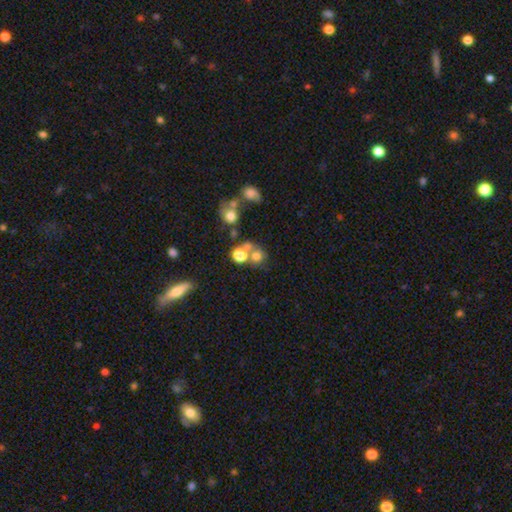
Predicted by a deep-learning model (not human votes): smooth 69%, star or artifact 18%, featured or disk 13%. Down the decision tree: how rounded — round (83%); merging — none (49%).